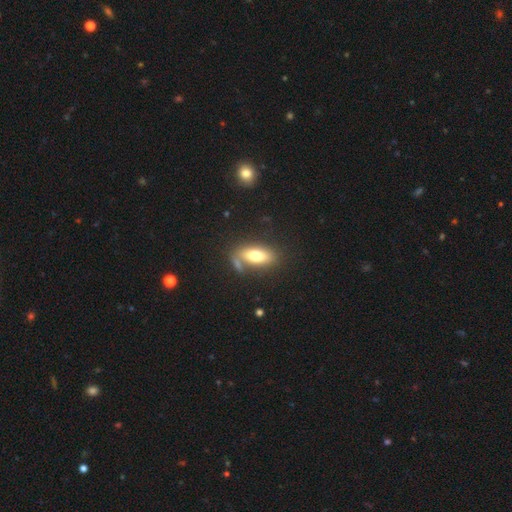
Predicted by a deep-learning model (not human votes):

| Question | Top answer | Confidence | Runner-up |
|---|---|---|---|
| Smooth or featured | smooth | 69% | featured or disk (23%) |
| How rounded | in between | 78% | cigar-shaped (18%) |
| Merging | none | 65% | minor disturbance (15%) |